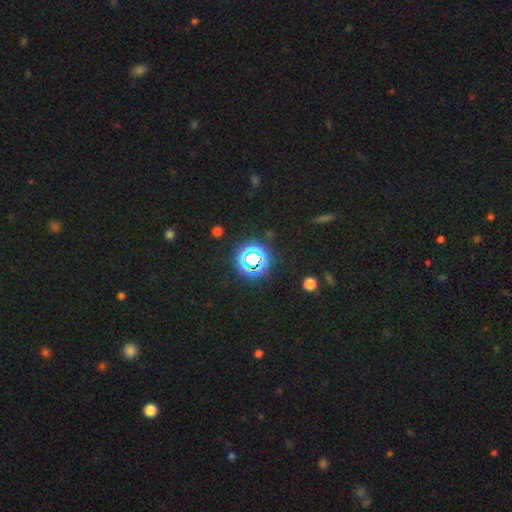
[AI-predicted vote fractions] Smooth or featured? Predicted: star or artifact (p=0.71).